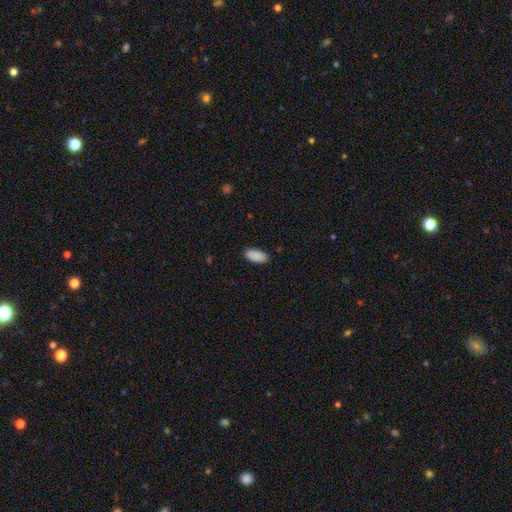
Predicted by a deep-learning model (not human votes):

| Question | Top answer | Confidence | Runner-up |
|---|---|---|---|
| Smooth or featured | smooth | 90% | star or artifact (6%) |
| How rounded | in between | 91% | cigar-shaped (7%) |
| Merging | none | 87% | minor disturbance (10%) |